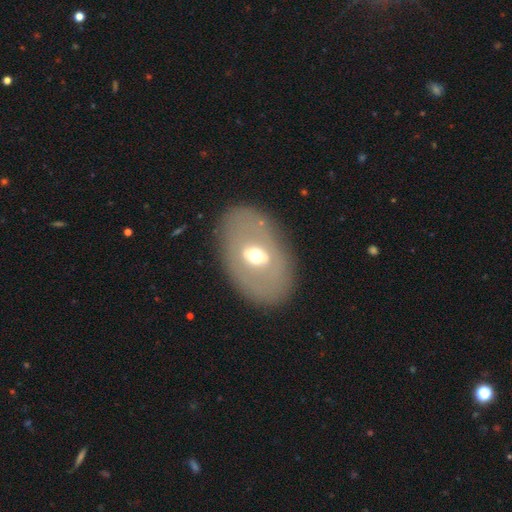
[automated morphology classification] A featured or disk galaxy (52%).

Vote fractions:
- Smooth or featured? featured or disk: 52% / smooth: 37% / star or artifact: 10%
- Edge-on disk? no: 90% / yes: 10%
- Merging? none: 86% / minor disturbance: 9% / major disturbance: 3% / merger: 1%